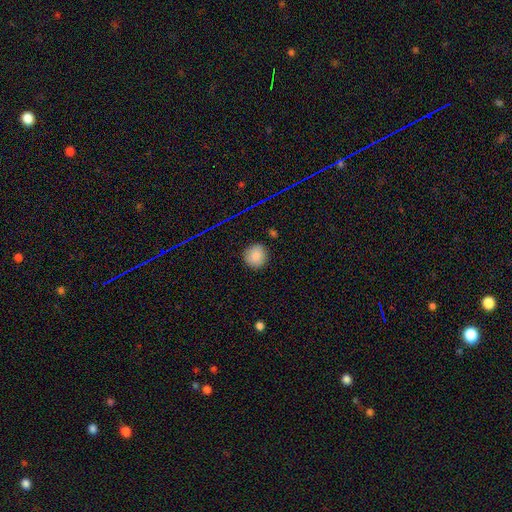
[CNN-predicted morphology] Smooth or featured: smooth — 83% (star or artifact — 11%)
How rounded: round — 91% (in between — 8%)
Merging: none — 87% (minor disturbance — 9%)